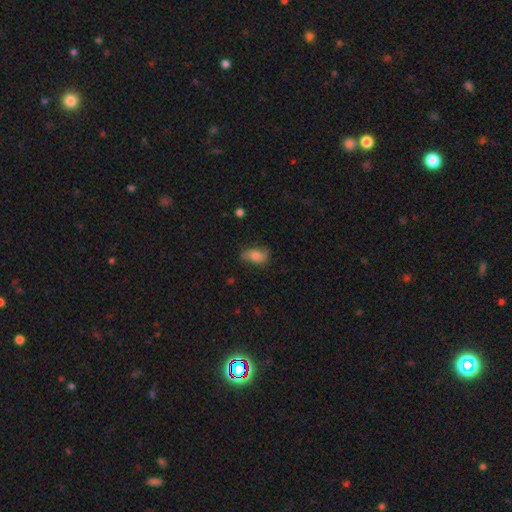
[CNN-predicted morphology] Overall: smooth (64%; featured or disk 27%). How rounded: in between (86%). Merging: none (62%; minor disturbance 28%).